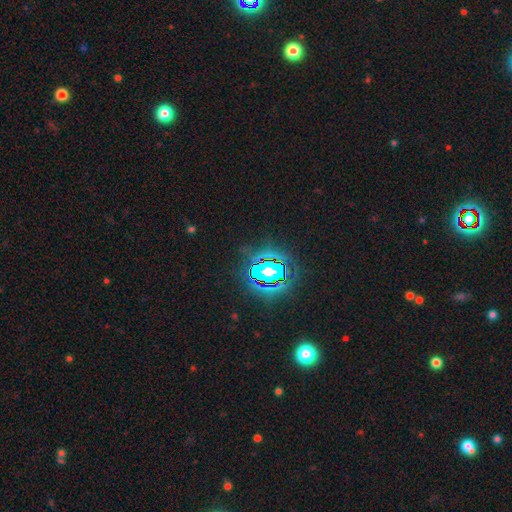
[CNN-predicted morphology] smooth-or-featured: star or artifact: 82% | smooth: 10% | featured or disk: 7%